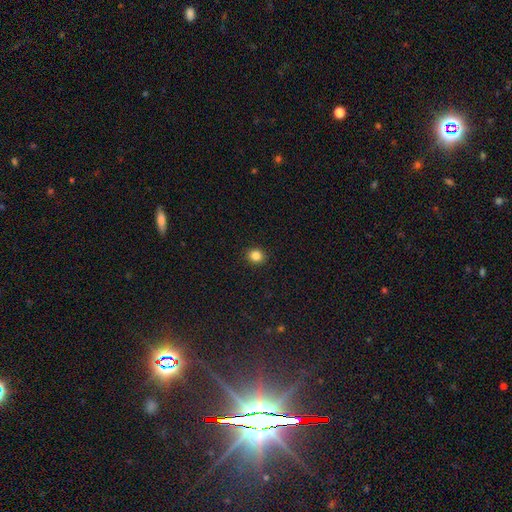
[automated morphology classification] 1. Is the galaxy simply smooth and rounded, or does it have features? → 85% smooth, 11% star or artifact, 4% featured or disk.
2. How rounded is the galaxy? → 81% round, 18% in between, 1% cigar-shaped.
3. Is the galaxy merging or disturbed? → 92% none, 5% minor disturbance, 2% major disturbance, 1% merger.